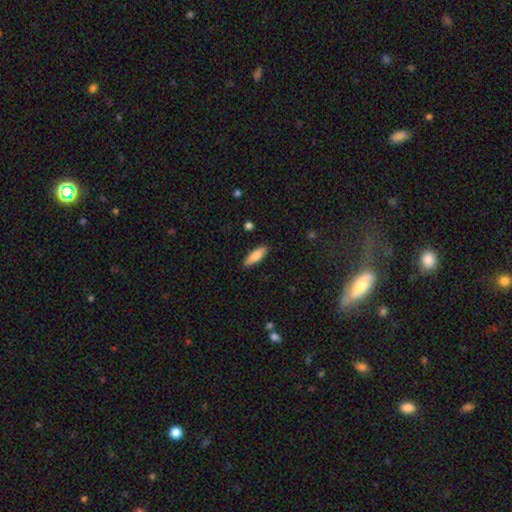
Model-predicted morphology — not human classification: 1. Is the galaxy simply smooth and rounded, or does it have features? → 73% smooth, 21% featured or disk, 6% star or artifact.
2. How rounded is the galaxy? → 52% cigar-shaped, 46% in between, 2% round.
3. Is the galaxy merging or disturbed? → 88% none, 9% minor disturbance, 2% major disturbance, 1% merger.